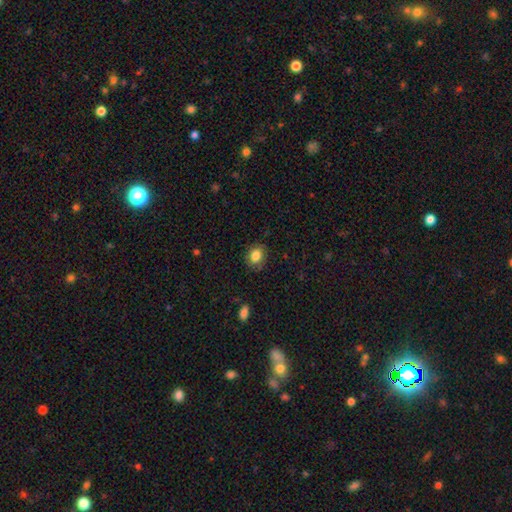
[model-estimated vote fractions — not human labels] Smooth or featured?
  - smooth: 84% *
  - star or artifact: 9%
  - featured or disk: 7%
How rounded?
  - round: 57% *
  - in between: 42%
  - cigar-shaped: 1%
Merging?
  - none: 82% *
  - minor disturbance: 13%
  - major disturbance: 3%
  - merger: 1%